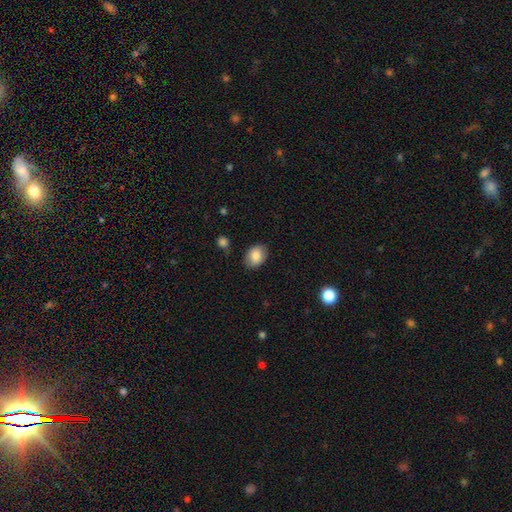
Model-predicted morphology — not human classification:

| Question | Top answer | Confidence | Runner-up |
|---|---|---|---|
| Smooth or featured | smooth | 84% | featured or disk (9%) |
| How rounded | in between | 73% | round (26%) |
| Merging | none | 82% | minor disturbance (13%) |